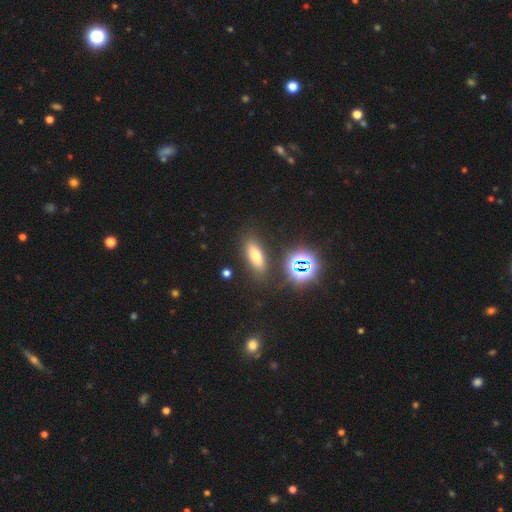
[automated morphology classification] smooth 60%, star or artifact 25%, featured or disk 15%. Down the decision tree: how rounded — in between (57%); merging — none (84%).